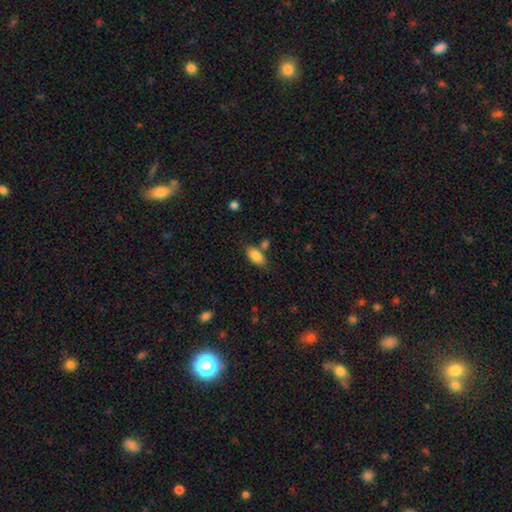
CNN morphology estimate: This appears to be a smooth galaxy with no disk features (86%) that is in between round and cigar-shaped (89%). Merging: none (70%).